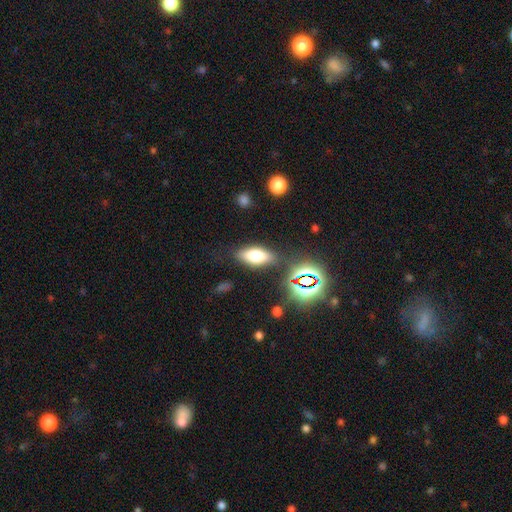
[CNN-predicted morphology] This is likely a smooth galaxy (67%). How rounded: likely in between (80%). Merging: likely none (80%).